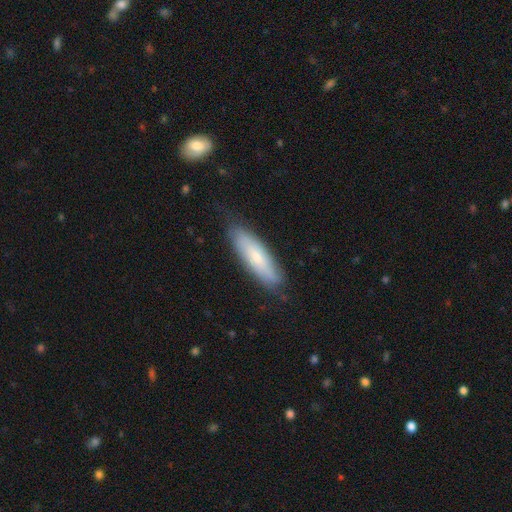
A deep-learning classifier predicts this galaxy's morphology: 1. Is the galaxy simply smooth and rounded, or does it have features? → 62% smooth, 32% featured or disk, 6% star or artifact.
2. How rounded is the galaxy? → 52% cigar-shaped, 46% in between, 2% round.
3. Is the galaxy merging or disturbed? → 78% none, 17% minor disturbance, 4% major disturbance, 1% merger.